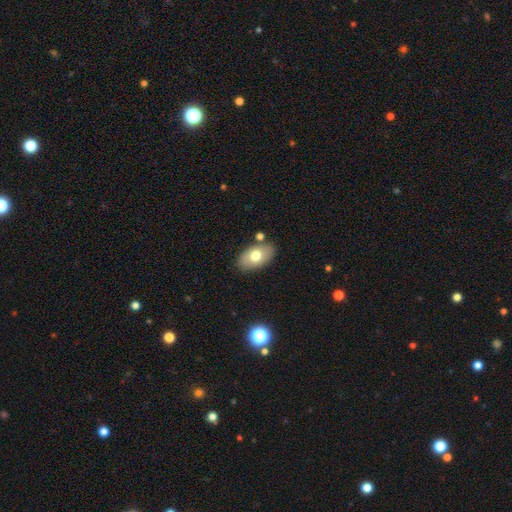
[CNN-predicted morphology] The model was most divided on "smooth or featured": smooth: 70%, featured or disk: 23%, star or artifact: 7%. More confident: how rounded — in between (91%); merging — none (79%).